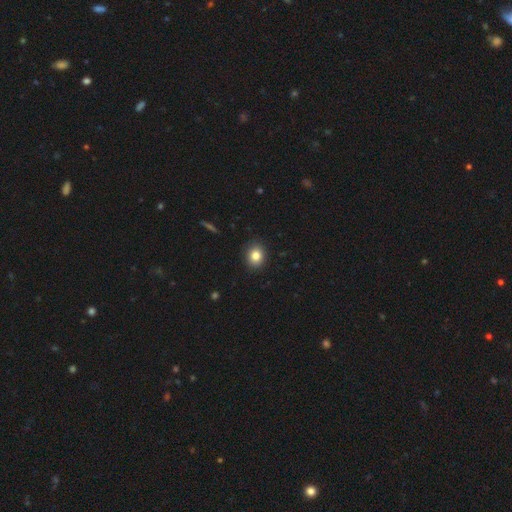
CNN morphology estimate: Smooth or featured? smooth (83%)
How rounded? round (63%)
Merging? none (89%)